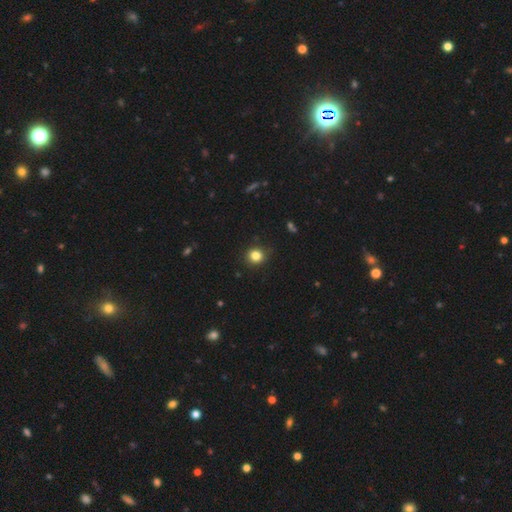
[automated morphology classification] smooth-or-featured: smooth: 82% | star or artifact: 12% | featured or disk: 5%
  how-rounded: round: 87% | in between: 12% | cigar-shaped: 1%
  merging: none: 89% | minor disturbance: 8% | major disturbance: 2% | merger: 1%